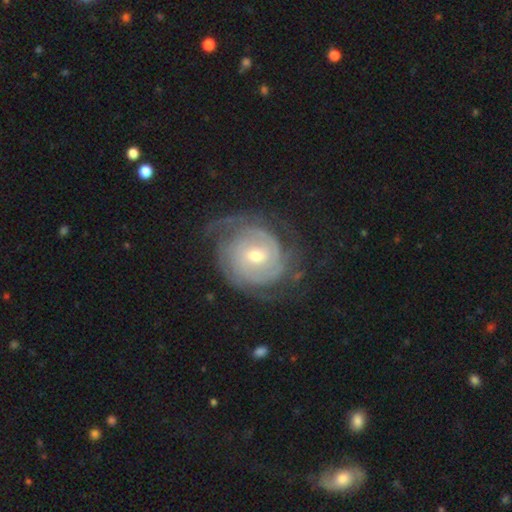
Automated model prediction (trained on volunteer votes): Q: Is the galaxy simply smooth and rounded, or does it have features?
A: featured or disk — 85%.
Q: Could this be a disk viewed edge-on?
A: no — 97%.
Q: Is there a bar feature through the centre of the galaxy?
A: no — 53%.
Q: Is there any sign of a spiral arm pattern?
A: yes — 95%.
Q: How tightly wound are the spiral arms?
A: tight — 72%.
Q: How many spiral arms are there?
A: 2 — 33%.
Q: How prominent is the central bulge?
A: moderate — 48%, tied with small.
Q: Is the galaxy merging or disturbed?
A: none — 67%.